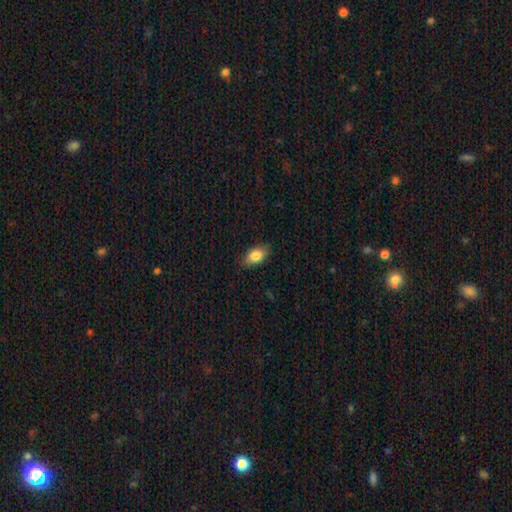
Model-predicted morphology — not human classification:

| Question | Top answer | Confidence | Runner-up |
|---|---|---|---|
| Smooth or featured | smooth | 83% | featured or disk (10%) |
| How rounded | in between | 89% | round (9%) |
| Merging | none | 82% | minor disturbance (14%) |